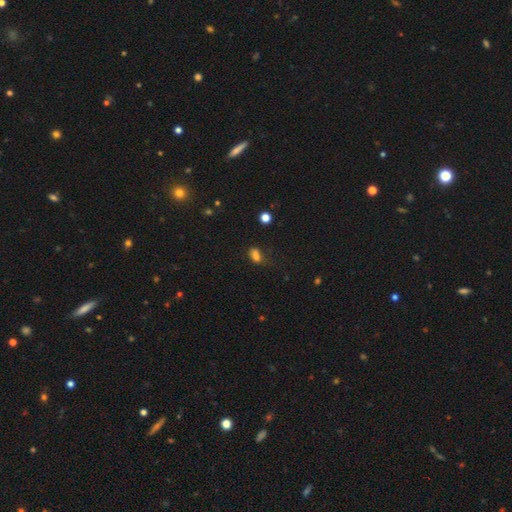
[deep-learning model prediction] Smooth or featured? Predicted: smooth (p=0.73). How rounded? Predicted: in between (p=0.74). Merging? Predicted: none (p=0.43).